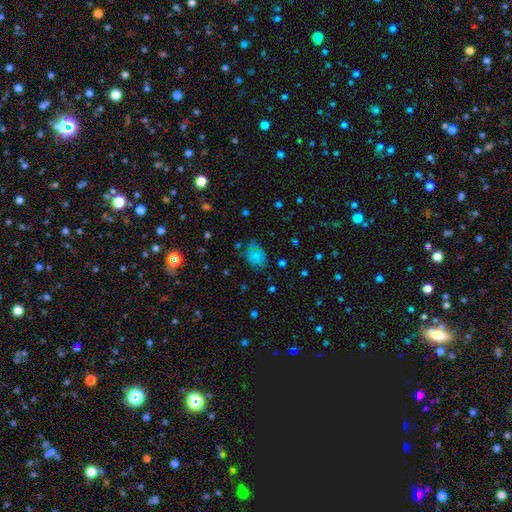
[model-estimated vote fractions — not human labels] smooth_or_featured: smooth (p=0.76) [alt: featured or disk p=0.12]
how_rounded: in between (p=0.72) [alt: round p=0.27]
merging: none (p=0.59) [alt: minor disturbance p=0.28]